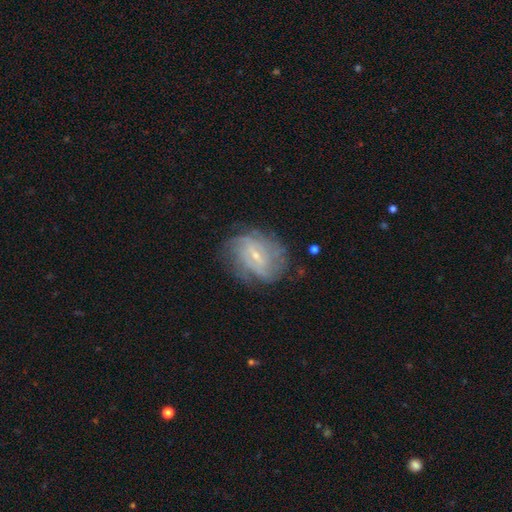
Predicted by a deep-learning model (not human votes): Smooth or featured?
  - featured or disk: 75% *
  - smooth: 17%
  - star or artifact: 8%
Edge-on disk?
  - no: 96% *
  - yes: 4%
Bar?
  - weak: 55% *
  - no: 26%
  - strong: 19%
Spiral arms?
  - yes: 84% *
  - no: 16%
Spiral winding?
  - tight: 52% *
  - medium: 33%
  - loose: 15%
Spiral arm count?
  - can't tell: 52% *
  - 2: 18%
  - 3: 11%
  - 4: 10%
  - more than 4: 5%
  - 1: 5%
Bulge size?
  - small: 73% *
  - moderate: 22%
  - none: 3%
  - large: 1%
  - dominant: 1%
Merging?
  - none: 67% *
  - minor disturbance: 21%
  - major disturbance: 11%
  - merger: 2%